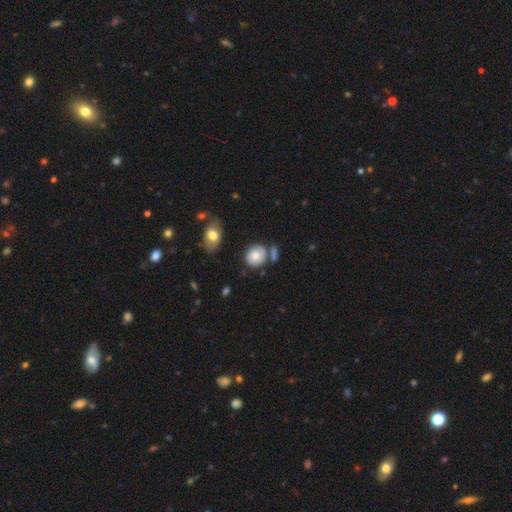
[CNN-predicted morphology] The model was most divided on "how rounded": round: 65%, in between: 33%, cigar-shaped: 1%. More confident: smooth or featured — smooth (77%); merging — none (63%).